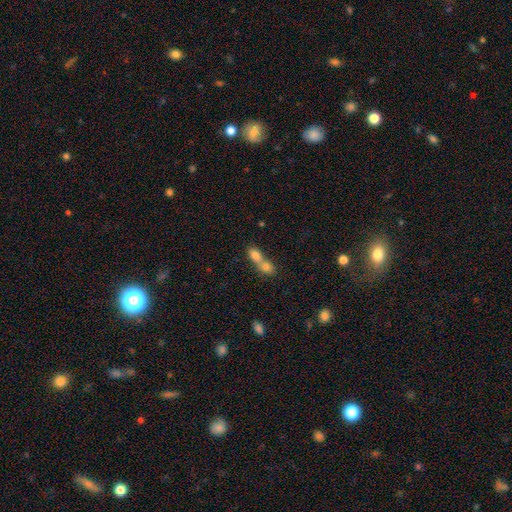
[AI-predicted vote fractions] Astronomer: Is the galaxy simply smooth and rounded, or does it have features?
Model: smooth — 76%.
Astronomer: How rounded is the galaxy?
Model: in between — 64%.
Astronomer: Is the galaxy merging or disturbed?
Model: merger — 77%.